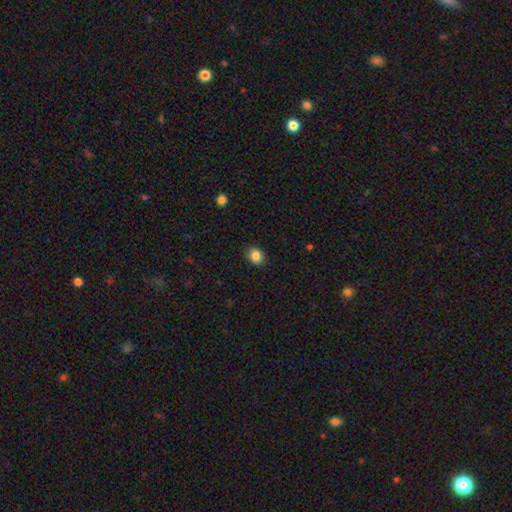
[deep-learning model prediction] Q: Smooth or featured?
A: smooth (86%); runner-up: star or artifact (10%)
Q: How rounded?
A: round (63%); runner-up: in between (36%)
Q: Merging?
A: none (88%); runner-up: minor disturbance (9%)